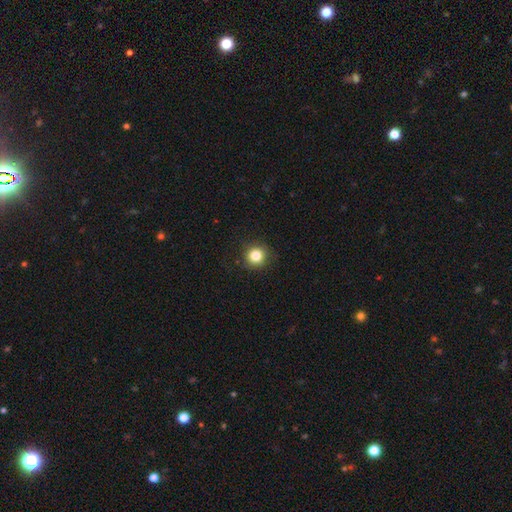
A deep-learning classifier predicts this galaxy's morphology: This appears to be a smooth galaxy with no disk features (83%) that is round (92%). Merging: none (89%).